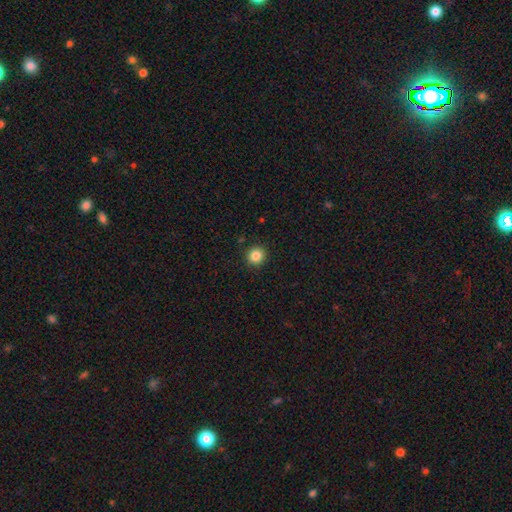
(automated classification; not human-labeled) A smooth galaxy with no disk features (85%) that is round (92%). Merging: none (91%).